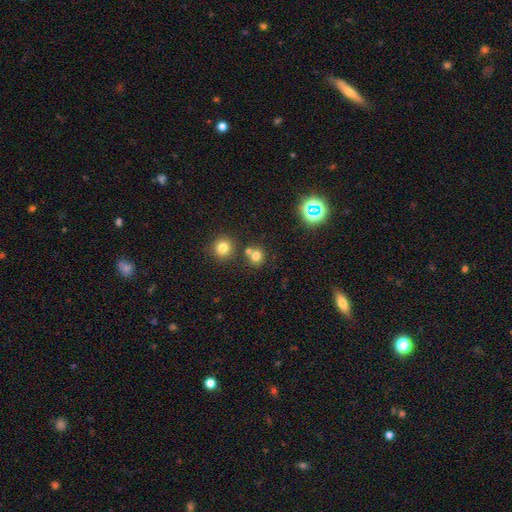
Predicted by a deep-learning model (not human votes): This is likely a smooth galaxy (72%). How rounded: clearly round (84%). Merging: likely none (65%).